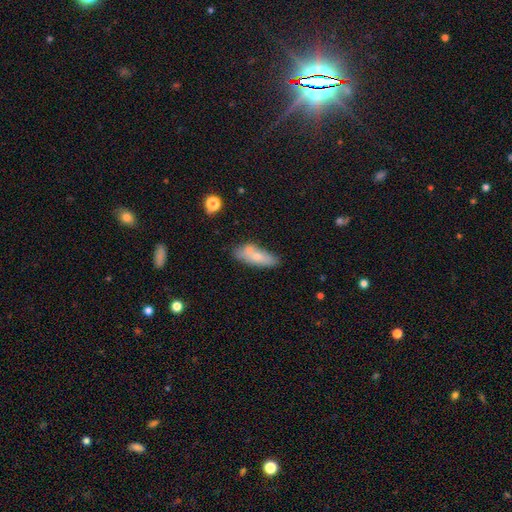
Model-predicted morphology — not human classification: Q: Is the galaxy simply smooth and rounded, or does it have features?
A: smooth — 67%.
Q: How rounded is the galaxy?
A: in between — 63%.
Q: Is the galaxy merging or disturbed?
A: none — 55%.